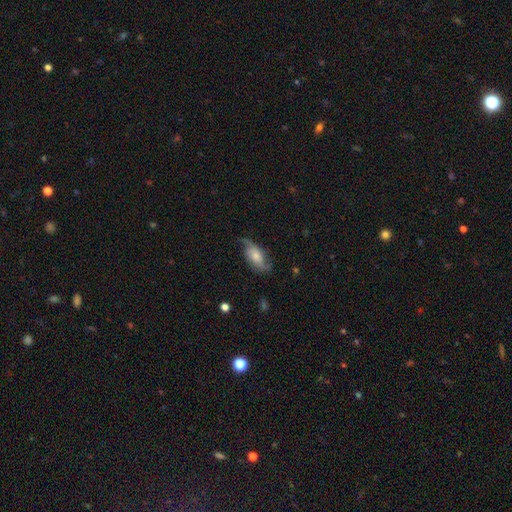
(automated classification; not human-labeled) featured or disk 72%, smooth 22%, star or artifact 7%. Down the decision tree: edge-on disk — no (93%); bar — no (66%); spiral arms — yes (93%); spiral arm count — 2 (88%); spiral winding — loose (57%); bulge size — moderate (43%); merging — none (68%).